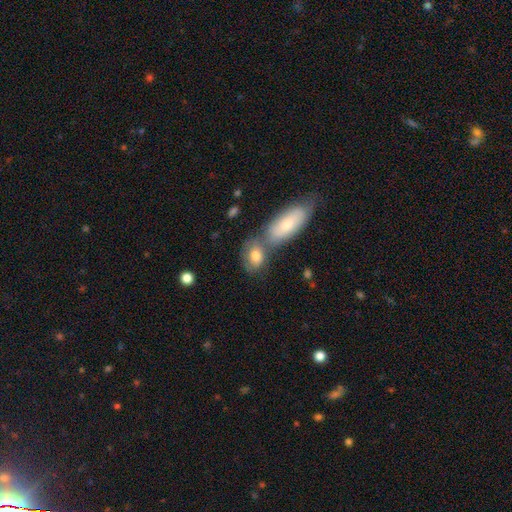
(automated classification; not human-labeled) Smooth or featured? smooth (75%)
How rounded? in between (77%)
Merging? merger (42%)